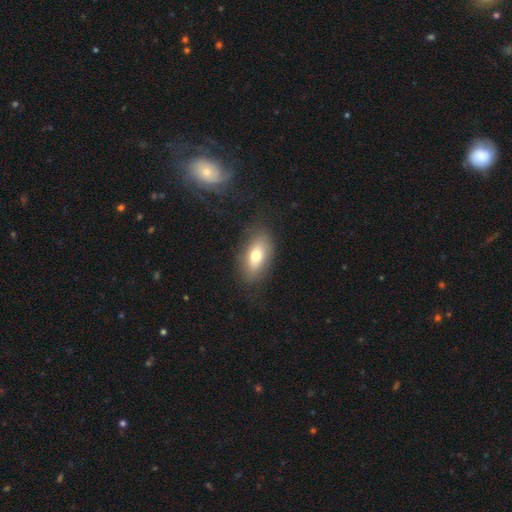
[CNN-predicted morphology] Smooth or featured?
  - smooth: 74% *
  - featured or disk: 18%
  - star or artifact: 8%
How rounded?
  - in between: 89% *
  - round: 7%
  - cigar-shaped: 4%
Merging?
  - none: 78% *
  - minor disturbance: 15%
  - major disturbance: 6%
  - merger: 1%